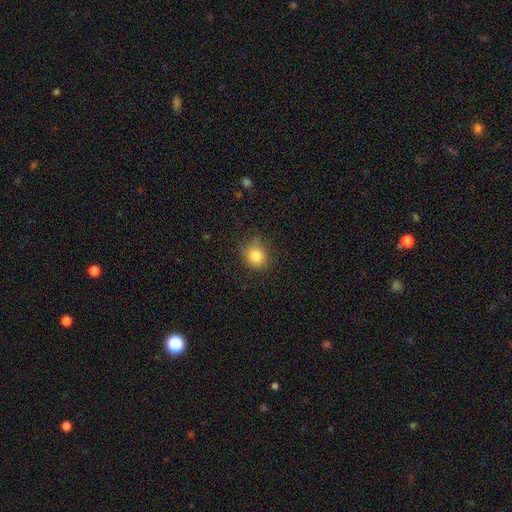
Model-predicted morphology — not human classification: smooth 83%, star or artifact 11%, featured or disk 6%. Down the decision tree: how rounded — round (81%); merging — none (75%).